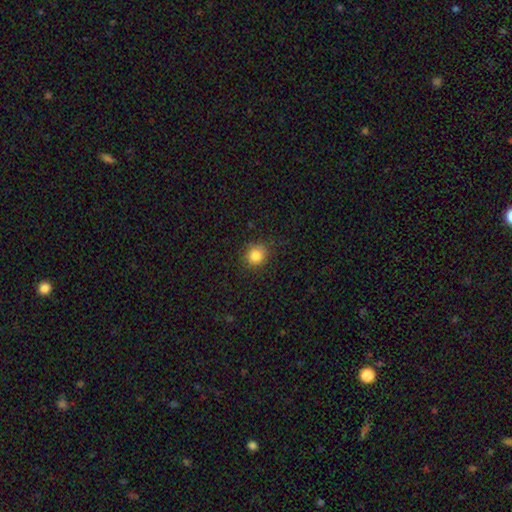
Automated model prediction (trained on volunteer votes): smooth-or-featured: smooth: 84% | star or artifact: 11% | featured or disk: 5%
  how-rounded: round: 84% | in between: 15% | cigar-shaped: 1%
  merging: none: 86% | minor disturbance: 10% | major disturbance: 3% | merger: 1%